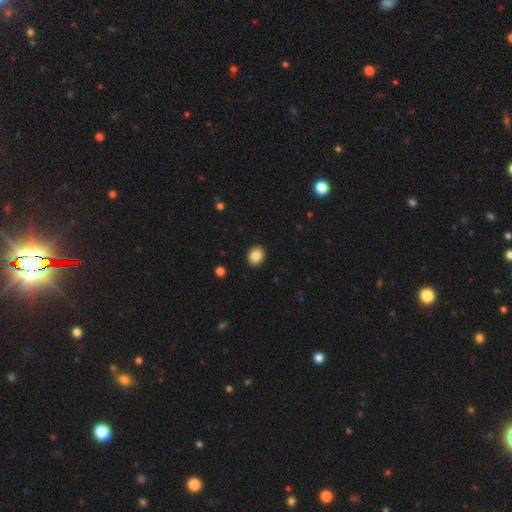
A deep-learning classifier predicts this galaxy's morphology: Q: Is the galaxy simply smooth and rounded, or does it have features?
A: smooth — 87%.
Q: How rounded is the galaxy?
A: round — 63%.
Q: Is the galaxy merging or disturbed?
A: none — 92%.